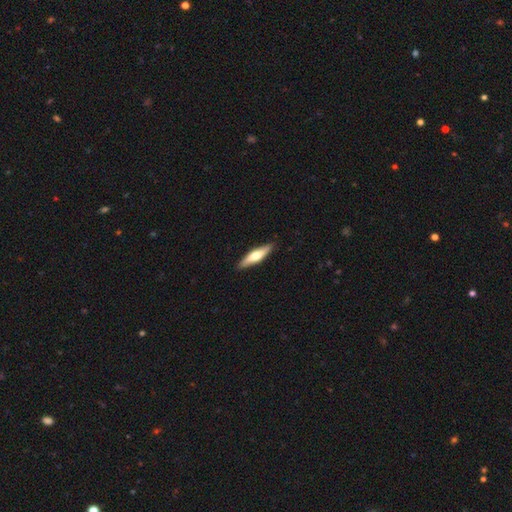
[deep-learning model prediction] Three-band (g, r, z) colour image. It shows a smooth galaxy with no disk features (53%) that is cigar-shaped (74%). Merging: none (89%).